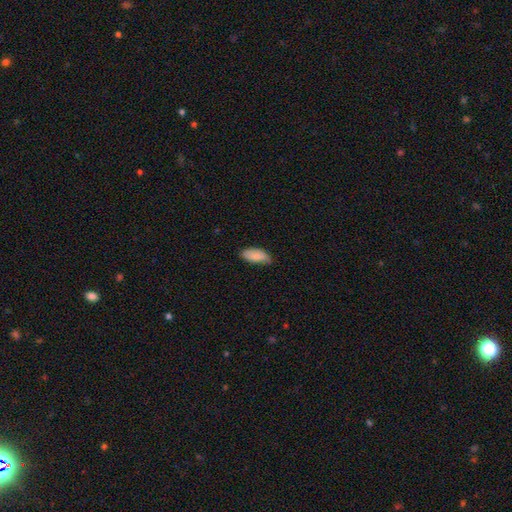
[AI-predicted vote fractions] Smooth or featured: smooth — 83% (featured or disk — 12%)
How rounded: in between — 88% (cigar-shaped — 10%)
Merging: none — 69% (minor disturbance — 26%)